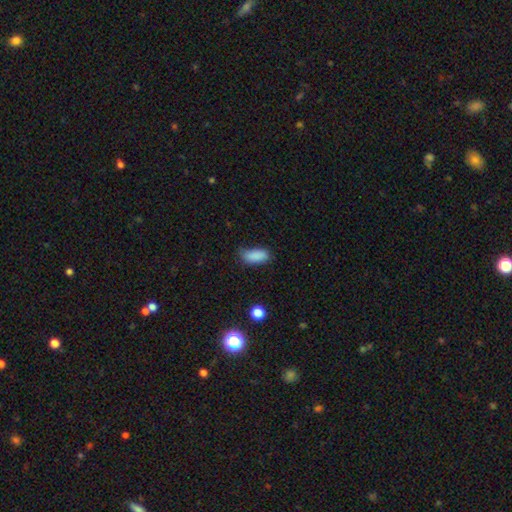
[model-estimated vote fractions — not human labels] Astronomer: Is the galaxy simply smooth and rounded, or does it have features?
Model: smooth — 87%.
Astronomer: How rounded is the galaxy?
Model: in between — 85%.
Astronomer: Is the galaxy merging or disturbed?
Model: none — 62%.